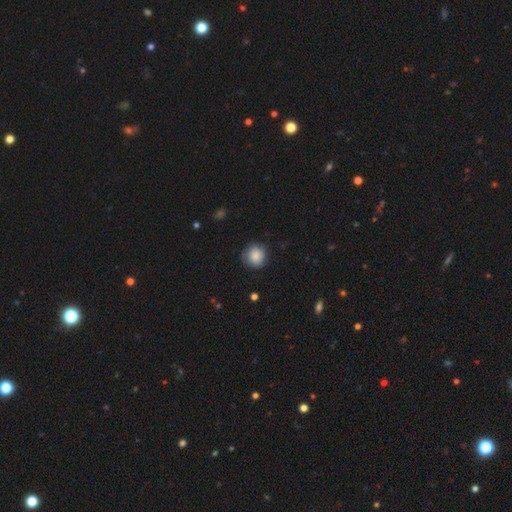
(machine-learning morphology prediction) A smooth galaxy with no disk features (87%) that is round (91%).

Vote fractions:
- Smooth or featured? smooth: 87% / star or artifact: 8% / featured or disk: 6%
- How rounded? round: 91% / in between: 8% / cigar-shaped: 1%
- Merging? none: 81% / minor disturbance: 15% / major disturbance: 3% / merger: 1%